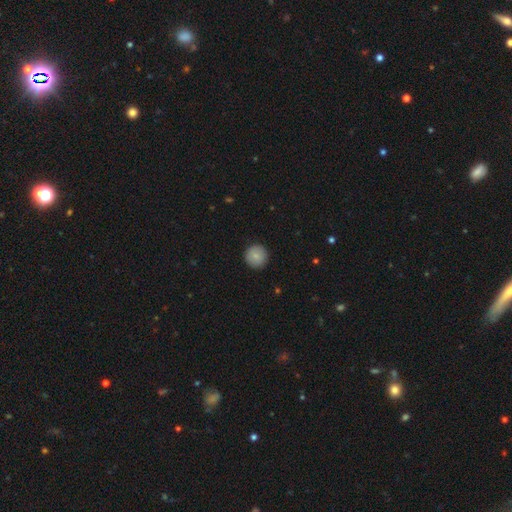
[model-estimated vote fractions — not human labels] Overall: smooth (87%). How rounded: round (95%). Merging: none (92%).